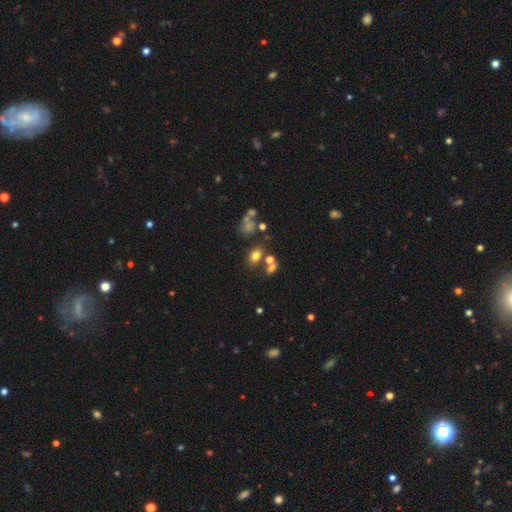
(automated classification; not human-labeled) smooth 71%, star or artifact 16%, featured or disk 13%. Down the decision tree: how rounded — in between (67%); merging — none (59%).